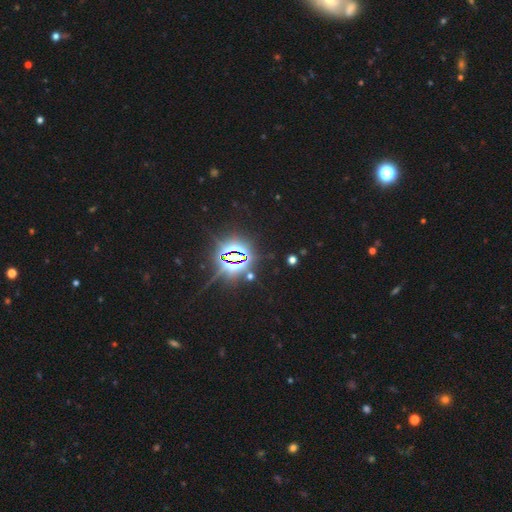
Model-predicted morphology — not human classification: Smooth or featured: star or artifact — 85% (smooth — 9%)